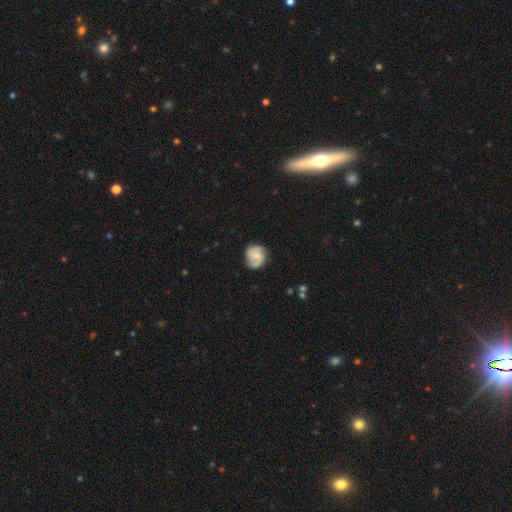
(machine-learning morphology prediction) This is likely a featured or disk galaxy (65%). It is clearly not viewed edge-on (98%). Bar: possibly weak (46%). Spiral arm pattern: clearly yes (93%). Spiral arm count: likely 2 (77%). Spiral winding: possibly medium (47%). Central bulge: possibly small (46%). Merging: likely none (78%).